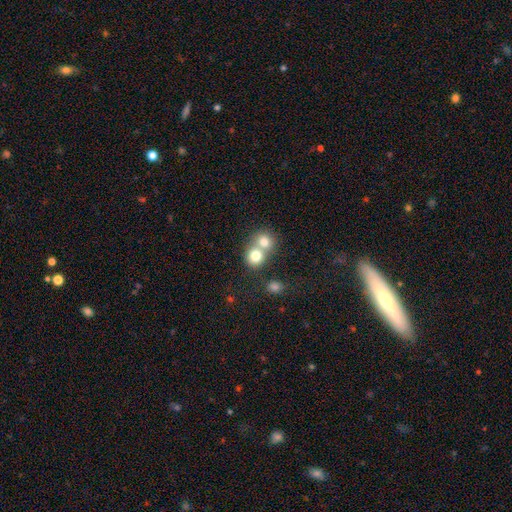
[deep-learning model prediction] Smooth or featured? smooth (77%)
How rounded? round (79%)
Merging? merger (62%)